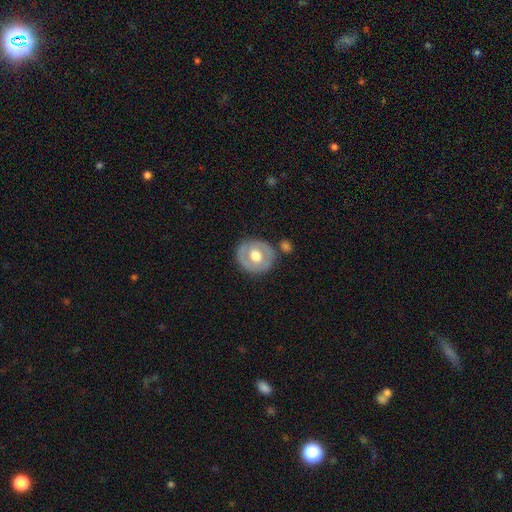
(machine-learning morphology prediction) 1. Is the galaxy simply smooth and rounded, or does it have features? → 50% featured or disk, 45% smooth, 6% star or artifact.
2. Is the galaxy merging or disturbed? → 77% none, 13% minor disturbance, 6% merger, 4% major disturbance.